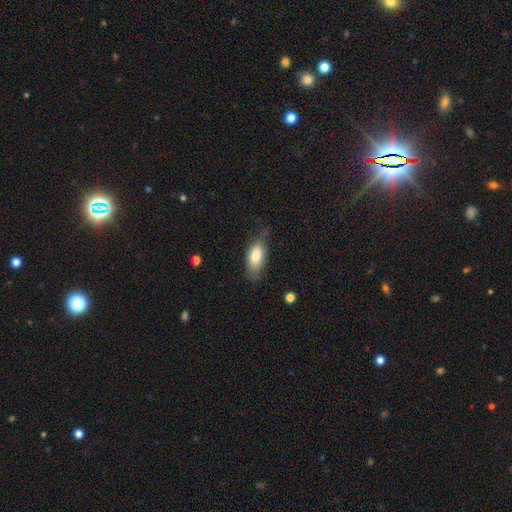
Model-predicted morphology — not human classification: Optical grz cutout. It shows a smooth galaxy with no disk features (80%) that is in between round and cigar-shaped (86%). Merging: none (67%).